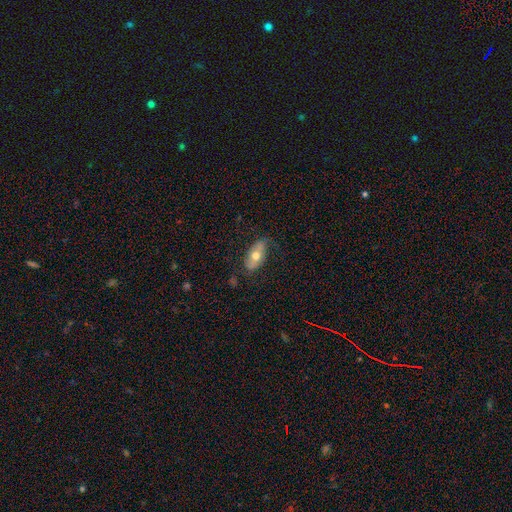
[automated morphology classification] The model was most divided on "smooth or featured": smooth: 56%, featured or disk: 38%, star or artifact: 6%. More confident: how rounded — in between (88%); merging — none (71%).